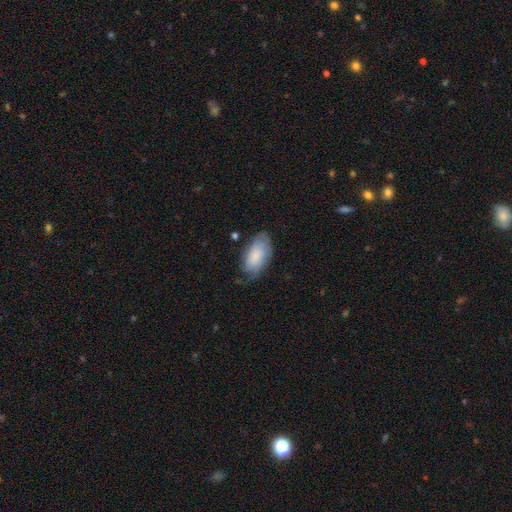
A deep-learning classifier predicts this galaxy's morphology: smooth_or_featured: smooth (p=0.68) [alt: featured or disk p=0.26]
how_rounded: in between (p=0.94) [alt: round p=0.03]
merging: none (p=0.55) [alt: minor disturbance p=0.32]